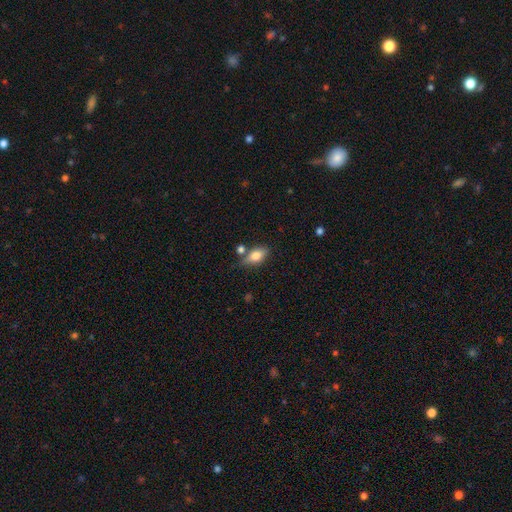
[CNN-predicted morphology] smooth 73%, featured or disk 19%, star or artifact 8%. Down the decision tree: how rounded — in between (83%); merging — none (66%).